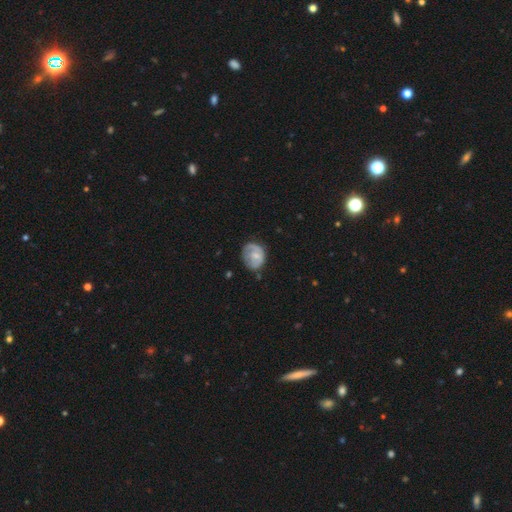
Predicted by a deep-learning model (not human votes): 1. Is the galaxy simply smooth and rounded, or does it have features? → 50% smooth, 44% featured or disk, 7% star or artifact.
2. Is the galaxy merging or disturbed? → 51% none, 32% minor disturbance, 15% major disturbance, 2% merger.